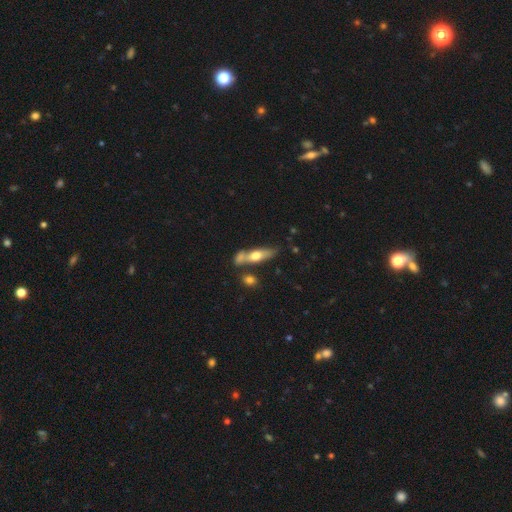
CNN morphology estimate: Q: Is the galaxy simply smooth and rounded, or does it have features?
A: smooth — 55%.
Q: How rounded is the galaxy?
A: cigar-shaped — 54%.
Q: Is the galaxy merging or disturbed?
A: none — 51%.